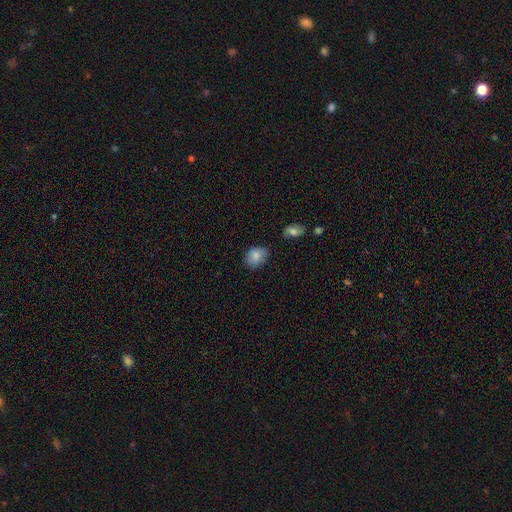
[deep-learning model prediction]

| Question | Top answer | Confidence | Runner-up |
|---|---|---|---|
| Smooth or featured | smooth | 85% | star or artifact (8%) |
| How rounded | in between | 66% | round (33%) |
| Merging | none | 75% | minor disturbance (19%) |